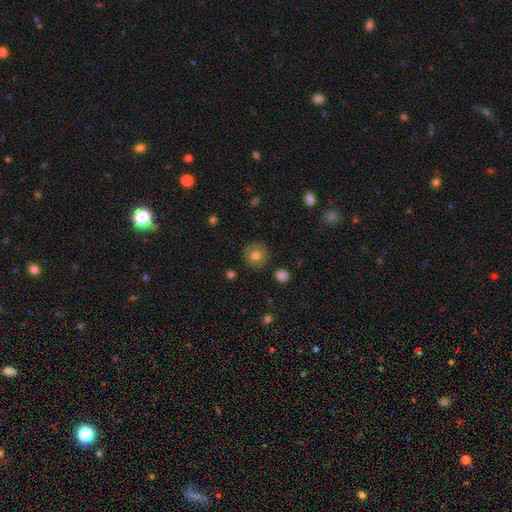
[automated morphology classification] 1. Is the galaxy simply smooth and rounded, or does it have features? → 72% smooth, 20% featured or disk, 8% star or artifact.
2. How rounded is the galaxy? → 93% round, 6% in between, 1% cigar-shaped.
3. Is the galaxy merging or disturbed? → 89% none, 8% minor disturbance, 2% major disturbance, 1% merger.